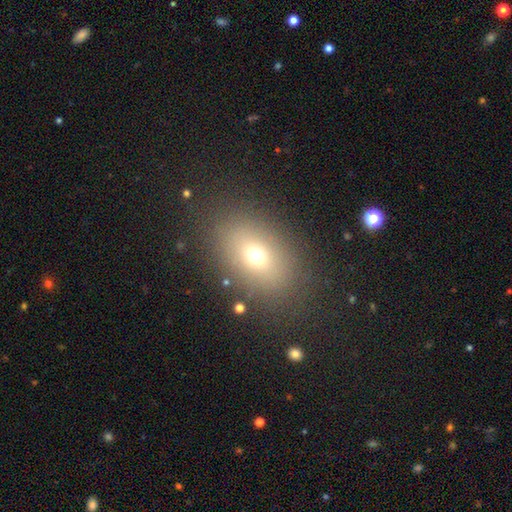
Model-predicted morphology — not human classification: This appears to be a smooth galaxy with no disk features (67%) that is in between round and cigar-shaped (75%). Merging: none (83%).